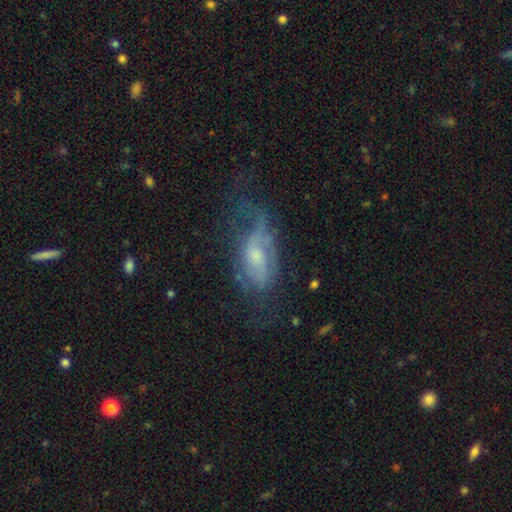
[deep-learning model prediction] Smooth or featured: featured or disk — 63% (smooth — 28%)
Edge-on disk: no — 91% (yes — 9%)
Bar: no — 66% (weak — 29%)
Spiral arms: yes — 65% (no — 35%)
Bulge size: moderate — 50% (small — 36%)
Merging: none — 40% (major disturbance — 32%)